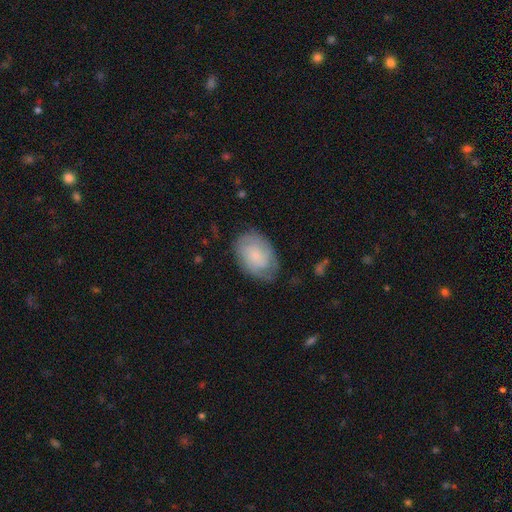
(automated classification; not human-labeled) featured or disk 53%, smooth 40%, star or artifact 7%. Down the decision tree: edge-on disk — no (97%); bar — no (73%); spiral arms — yes (86%); bulge size — small (64%); merging — none (70%).